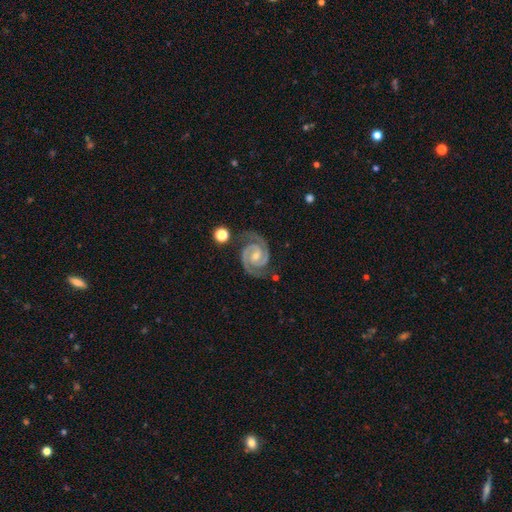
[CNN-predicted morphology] smooth-or-featured: featured or disk: 93% | star or artifact: 4% | smooth: 2%
  disk-edge-on: no: 98% | yes: 2%
    bar: no: 53% | weak: 32% | strong: 15%
    has-spiral-arms: yes: 99% | no: 1%
      spiral-winding: tight: 68% | medium: 30% | loose: 3%
      spiral-arm-count: 2: 94% | 3: 2% | can't tell: 1% | 1: 1% | 4: 1% | more than 4: 1%
    bulge-size: small: 54% | moderate: 41% | none: 3% | large: 1% | dominant: 1%
  merging: none: 84% | minor disturbance: 11% | major disturbance: 3% | merger: 2%